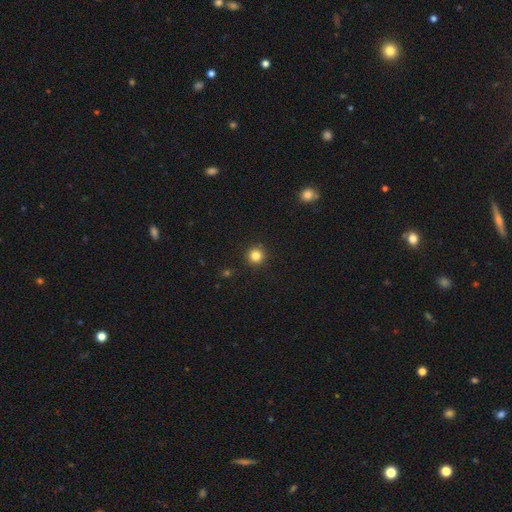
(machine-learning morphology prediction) Smooth or featured? Predicted: smooth (p=0.83). How rounded? Predicted: round (p=0.95). Merging? Predicted: none (p=0.92).